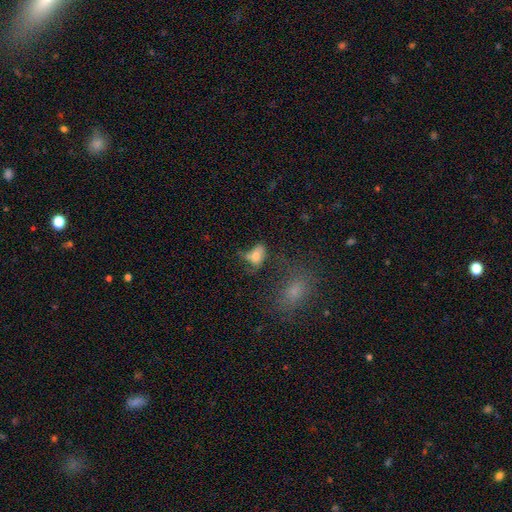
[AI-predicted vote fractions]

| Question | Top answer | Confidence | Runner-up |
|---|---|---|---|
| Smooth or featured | smooth | 72% | featured or disk (16%) |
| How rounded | in between | 83% | round (14%) |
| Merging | none | 34% | minor disturbance (25%) |